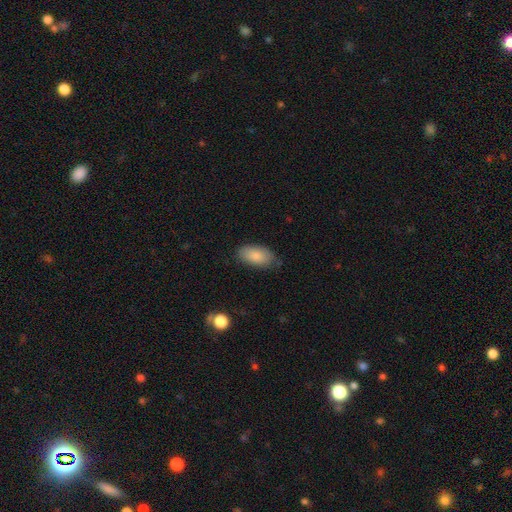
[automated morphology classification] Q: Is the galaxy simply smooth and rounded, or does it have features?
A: smooth — 84%.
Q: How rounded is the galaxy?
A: in between — 93%.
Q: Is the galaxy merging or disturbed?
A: none — 69%.